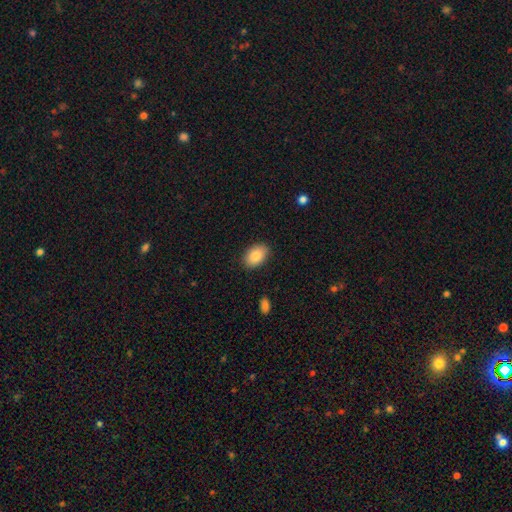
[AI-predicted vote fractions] Smooth or featured? smooth (87%)
How rounded? in between (86%)
Merging? none (87%)